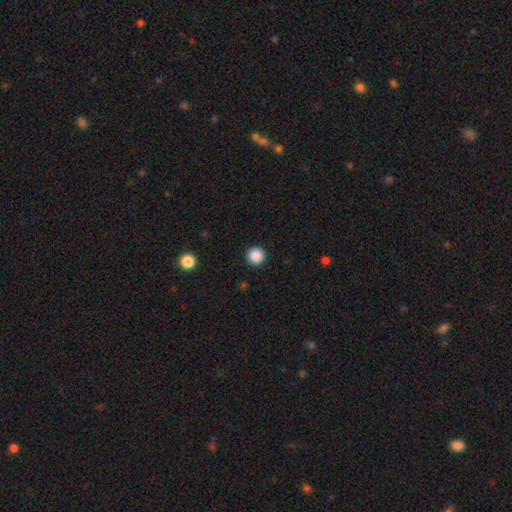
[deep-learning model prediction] A smooth galaxy with no disk features (88%) that is round (97%). Merging: none (93%).